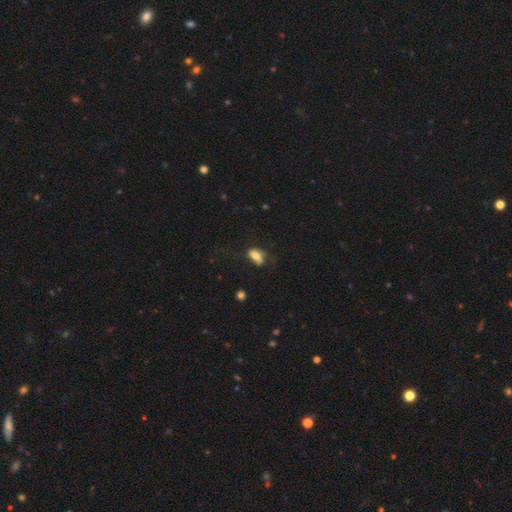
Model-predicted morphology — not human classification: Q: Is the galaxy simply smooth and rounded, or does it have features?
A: smooth — 74%.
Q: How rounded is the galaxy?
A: in between — 88%.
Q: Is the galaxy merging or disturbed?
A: none — 41%.